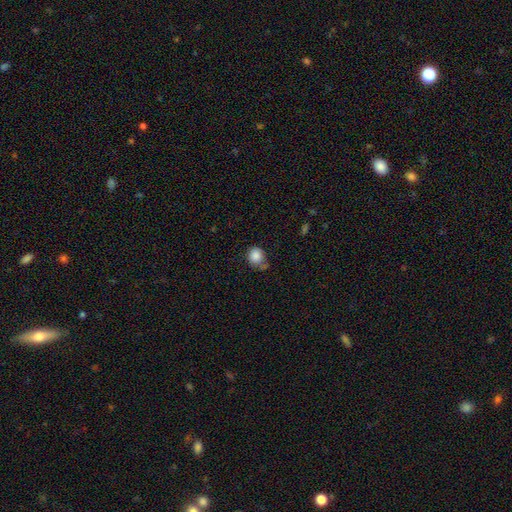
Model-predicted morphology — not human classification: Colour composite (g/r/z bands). It shows a smooth galaxy with no disk features (86%) that is round (74%). Merging: none (55%).